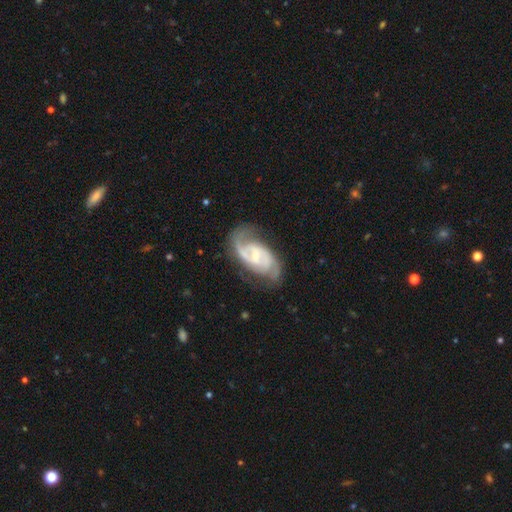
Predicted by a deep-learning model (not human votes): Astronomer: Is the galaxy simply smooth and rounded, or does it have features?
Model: featured or disk — 88%.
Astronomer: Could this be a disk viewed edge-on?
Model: no — 96%.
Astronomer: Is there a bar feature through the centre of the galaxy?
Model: weak — 50% (runner-up: no, 33%).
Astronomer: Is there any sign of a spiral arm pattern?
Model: yes — 97%.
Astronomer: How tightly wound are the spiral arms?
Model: medium — 50% (runner-up: tight, 34%).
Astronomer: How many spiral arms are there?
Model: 2 — 80%.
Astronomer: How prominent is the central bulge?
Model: small — 61%.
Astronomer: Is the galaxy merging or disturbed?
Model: none — 72%.